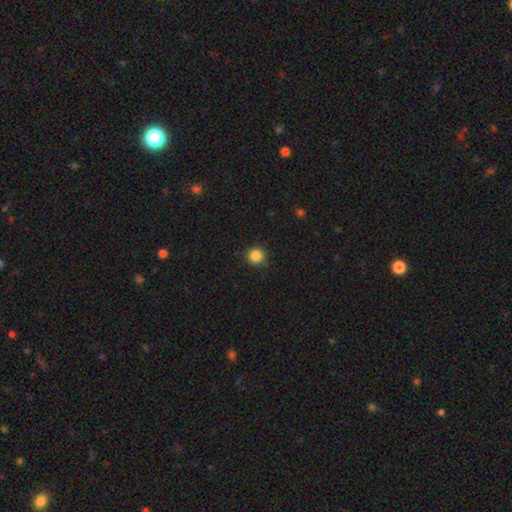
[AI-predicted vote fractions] Smooth or featured: smooth — 85% (star or artifact — 11%)
How rounded: round — 94% (in between — 5%)
Merging: none — 89% (minor disturbance — 8%)